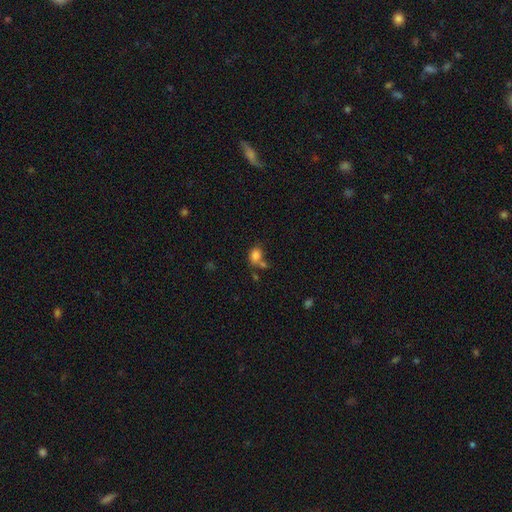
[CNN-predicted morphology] This appears to be a smooth galaxy with no disk features (81%) that is in between round and cigar-shaped (66%). Merging: none (44%).